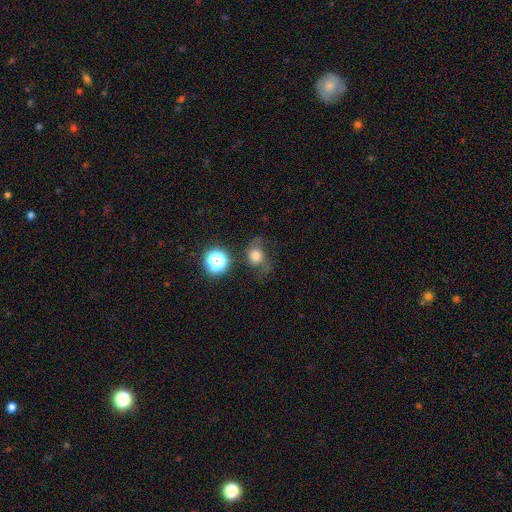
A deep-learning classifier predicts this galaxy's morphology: smooth-or-featured: smooth: 67% | featured or disk: 17% | star or artifact: 16%
  how-rounded: round: 66% | in between: 33% | cigar-shaped: 1%
  merging: none: 49% | minor disturbance: 26% | major disturbance: 21% | merger: 5%